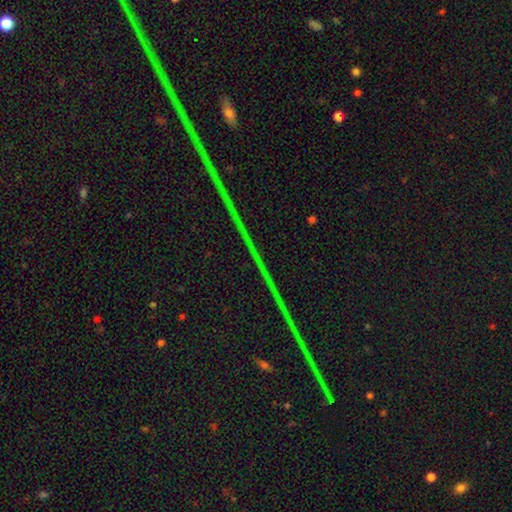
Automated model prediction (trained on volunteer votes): This is clearly a star or artifact rather than a galaxy (83%).